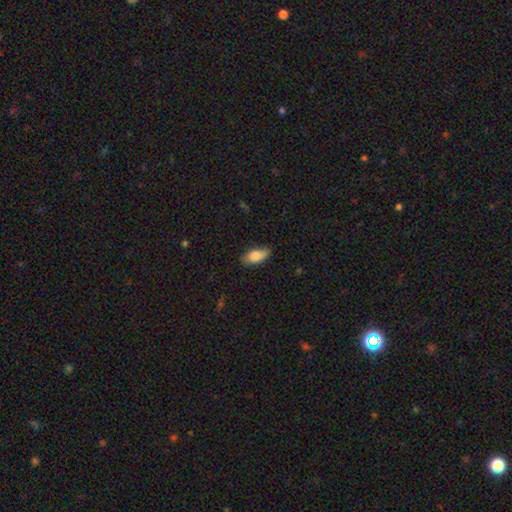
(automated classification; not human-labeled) Smooth or featured? smooth (83%)
How rounded? in between (90%)
Merging? none (73%)